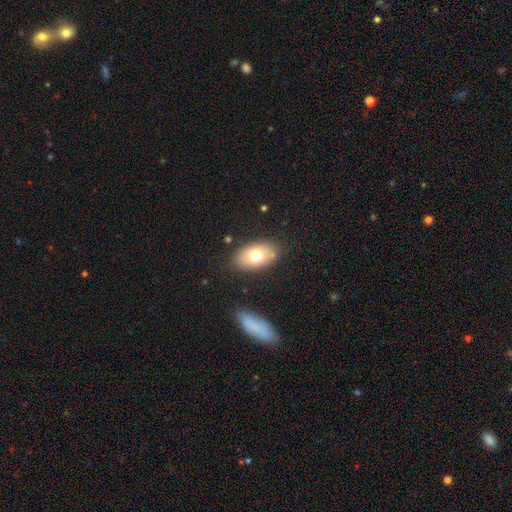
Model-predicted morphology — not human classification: A smooth galaxy with no disk features (70%) that is in between round and cigar-shaped (90%).

Vote fractions:
- Smooth or featured? smooth: 70% / featured or disk: 22% / star or artifact: 8%
- How rounded? in between: 90% / round: 8% / cigar-shaped: 2%
- Merging? none: 81% / minor disturbance: 12% / major disturbance: 3% / merger: 3%